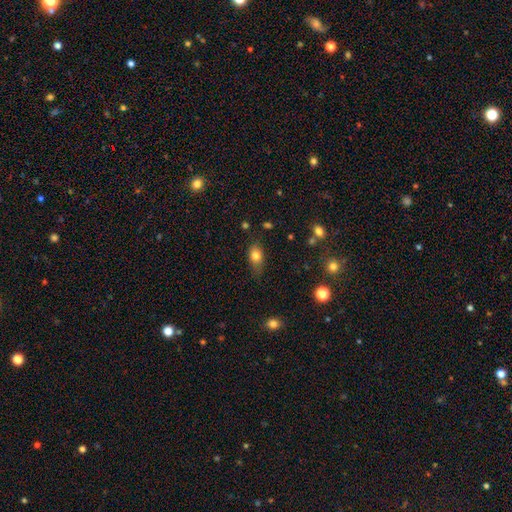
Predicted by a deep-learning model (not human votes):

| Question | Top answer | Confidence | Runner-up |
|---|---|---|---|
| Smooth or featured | smooth | 79% | featured or disk (12%) |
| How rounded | in between | 79% | round (15%) |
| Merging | none | 67% | minor disturbance (25%) |